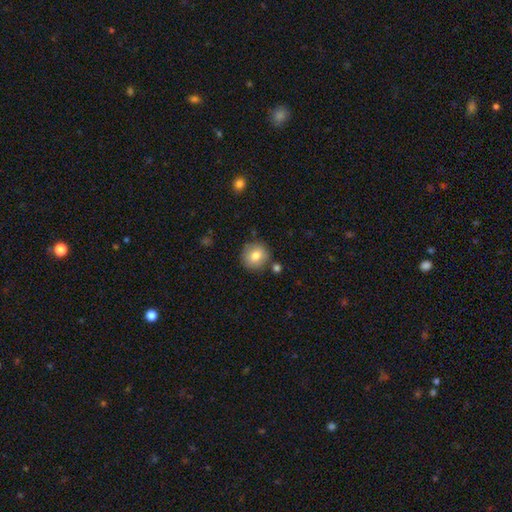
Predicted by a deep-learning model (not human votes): Smooth or featured? Predicted: smooth (p=0.78). How rounded? Predicted: round (p=0.90). Merging? Predicted: none (p=0.84).